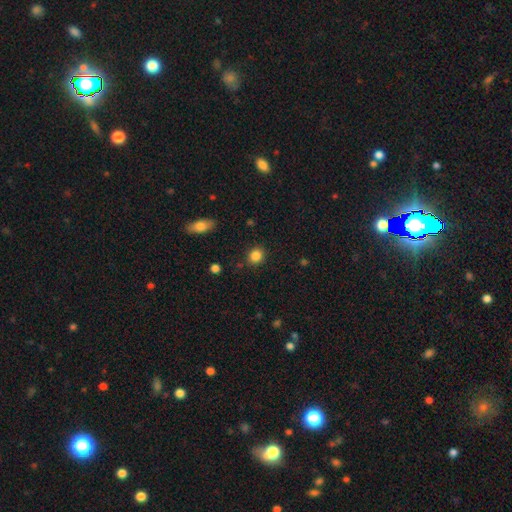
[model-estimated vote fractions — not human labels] smooth_or_featured: smooth (p=0.86) [alt: star or artifact p=0.10]
how_rounded: round (p=0.74) [alt: in between p=0.25]
merging: none (p=0.87) [alt: minor disturbance p=0.08]